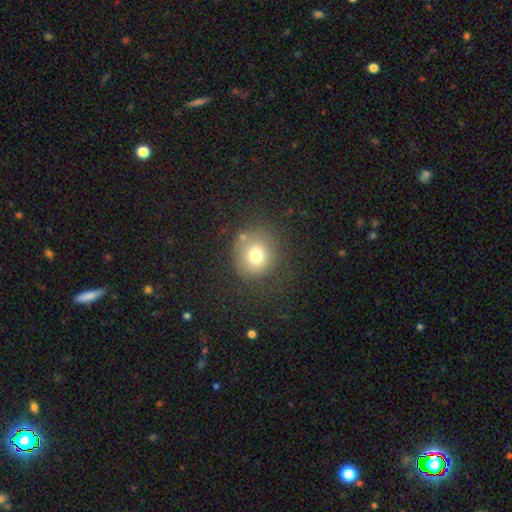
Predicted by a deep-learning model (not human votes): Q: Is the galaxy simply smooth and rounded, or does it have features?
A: smooth — 73%.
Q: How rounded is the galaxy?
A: round — 89%.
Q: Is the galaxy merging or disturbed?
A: none — 72%.